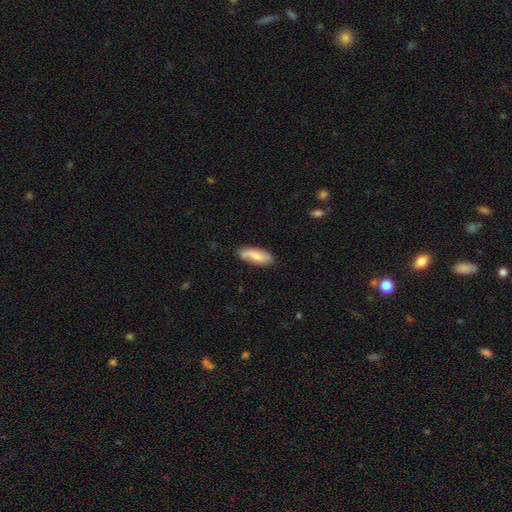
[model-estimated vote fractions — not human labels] Smooth or featured? smooth (56%)
How rounded? in between (75%)
Merging? none (78%)